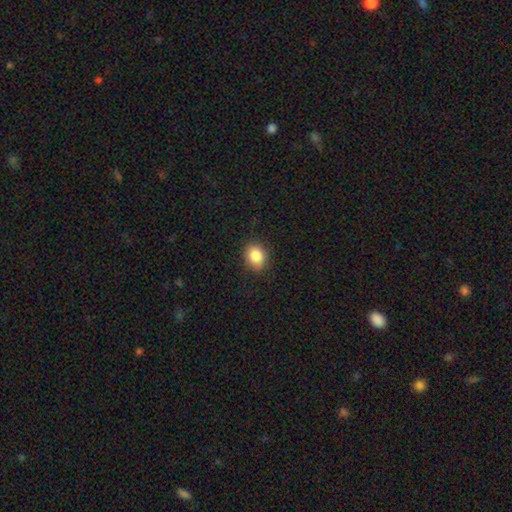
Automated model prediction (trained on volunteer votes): Q: Smooth or featured?
A: smooth (86%); runner-up: star or artifact (9%)
Q: How rounded?
A: round (54%); runner-up: in between (45%)
Q: Merging?
A: none (84%); runner-up: minor disturbance (12%)